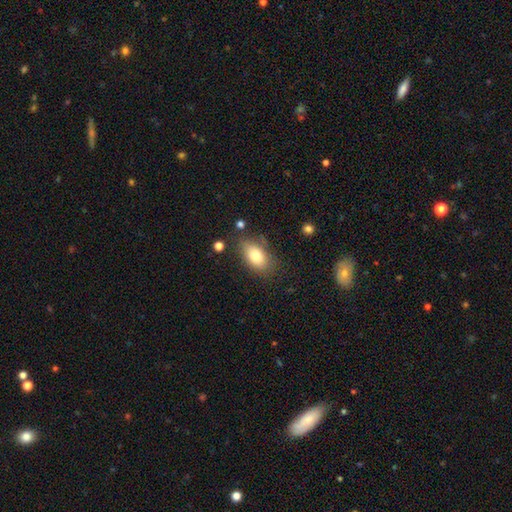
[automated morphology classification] This appears to be a smooth galaxy with no disk features (80%) that is in between round and cigar-shaped (89%). Merging: none (72%).